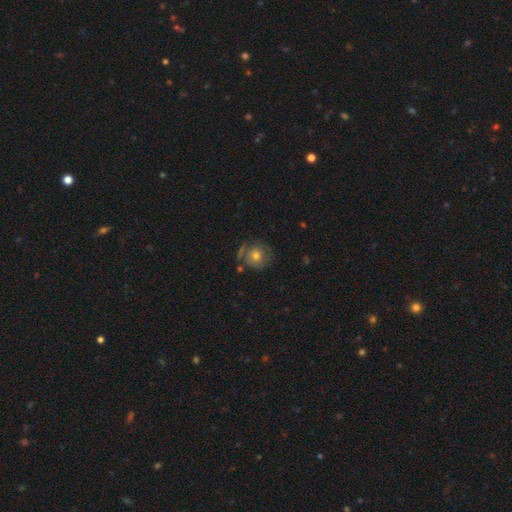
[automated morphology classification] A smooth galaxy with no disk features (64%) that is round (88%).

Vote fractions:
- Smooth or featured? smooth: 64% / featured or disk: 26% / star or artifact: 9%
- How rounded? round: 88% / in between: 11% / cigar-shaped: 1%
- Merging? none: 63% / minor disturbance: 20% / merger: 9% / major disturbance: 9%